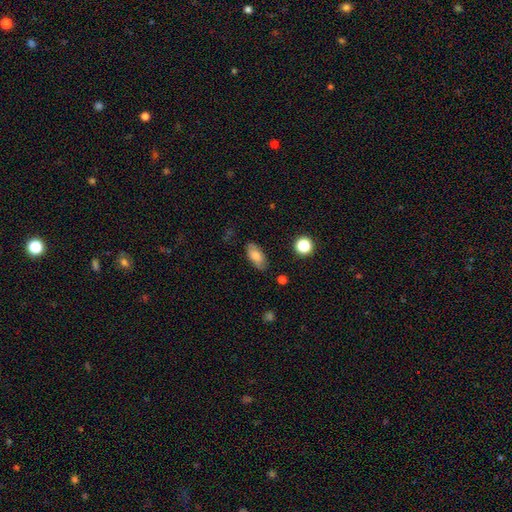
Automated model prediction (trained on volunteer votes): The model was most divided on "smooth or featured": smooth: 77%, featured or disk: 15%, star or artifact: 8%. More confident: how rounded — in between (88%); merging — none (81%).